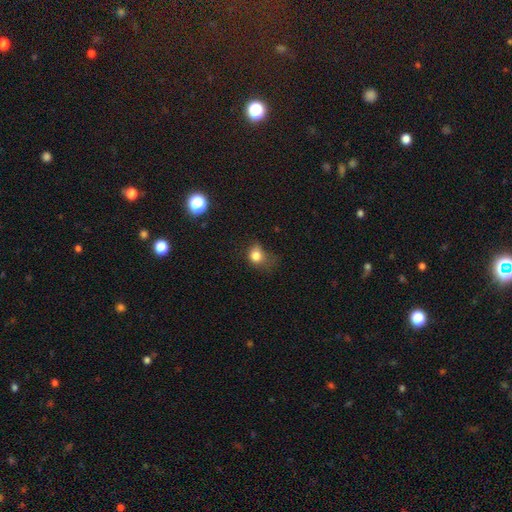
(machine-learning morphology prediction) Smooth or featured? smooth (78%)
How rounded? round (59%)
Merging? major disturbance (34%)